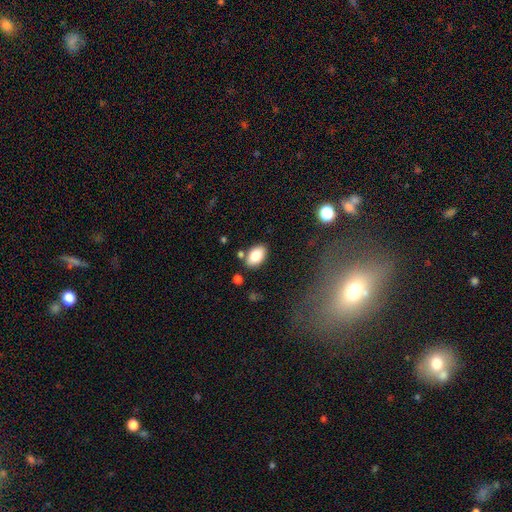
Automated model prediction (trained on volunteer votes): Smooth or featured: smooth — 82% (featured or disk — 10%)
How rounded: in between — 92% (round — 7%)
Merging: none — 80% (minor disturbance — 11%)